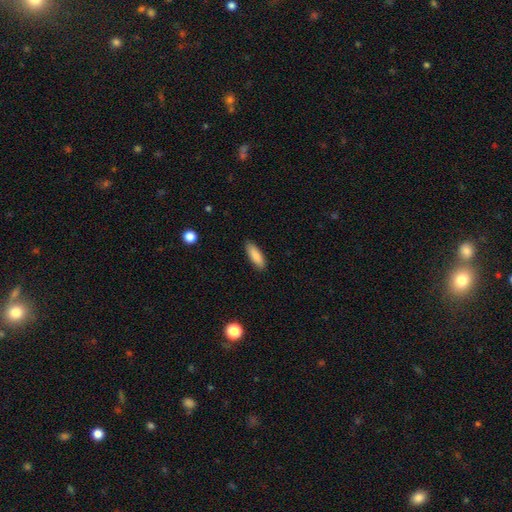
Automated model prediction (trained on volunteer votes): Q: Smooth or featured?
A: smooth (87%); runner-up: featured or disk (6%)
Q: How rounded?
A: in between (56%); runner-up: cigar-shaped (43%)
Q: Merging?
A: none (88%); runner-up: minor disturbance (9%)